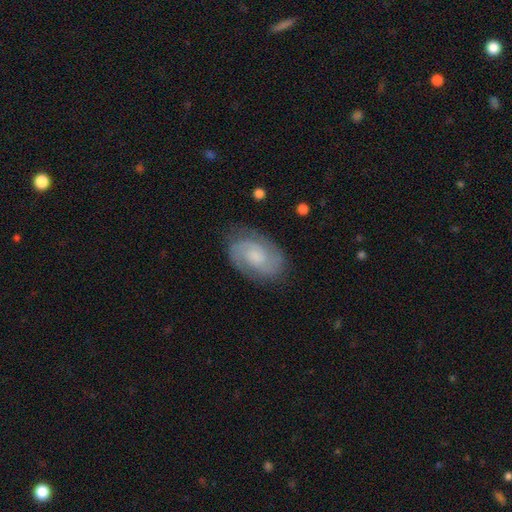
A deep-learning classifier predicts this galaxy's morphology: featured or disk 78%, smooth 16%, star or artifact 6%. Down the decision tree: edge-on disk — no (97%); bar — no (60%); spiral arms — yes (96%); spiral arm count — 2 (86%); spiral winding — tight (45%); bulge size — small (43%); merging — none (80%).